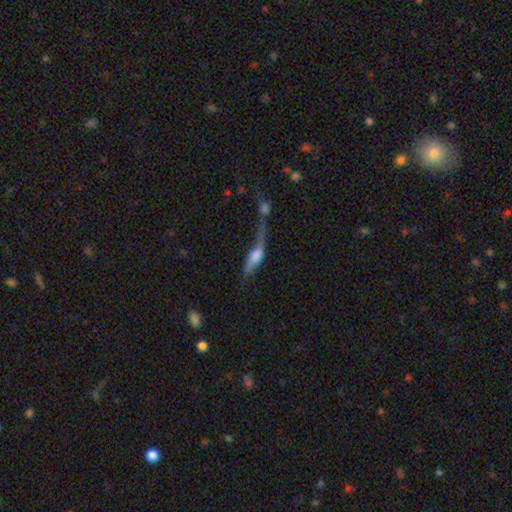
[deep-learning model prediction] This is possibly a smooth galaxy (49%). Merging: possibly merger (51%).